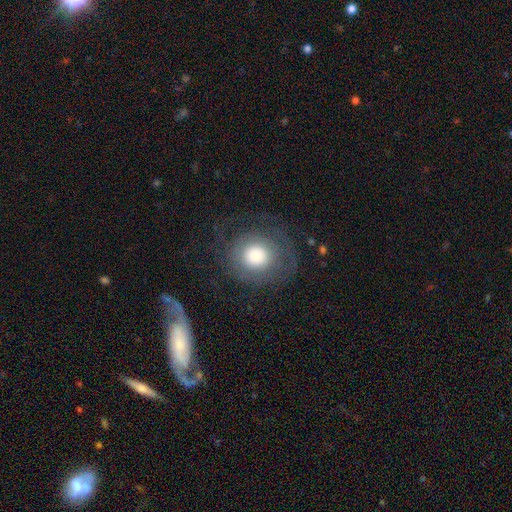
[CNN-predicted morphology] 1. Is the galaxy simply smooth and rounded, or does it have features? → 61% smooth, 29% featured or disk, 10% star or artifact.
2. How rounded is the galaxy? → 86% round, 13% in between, 1% cigar-shaped.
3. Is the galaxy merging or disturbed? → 70% none, 15% major disturbance, 13% minor disturbance, 1% merger.